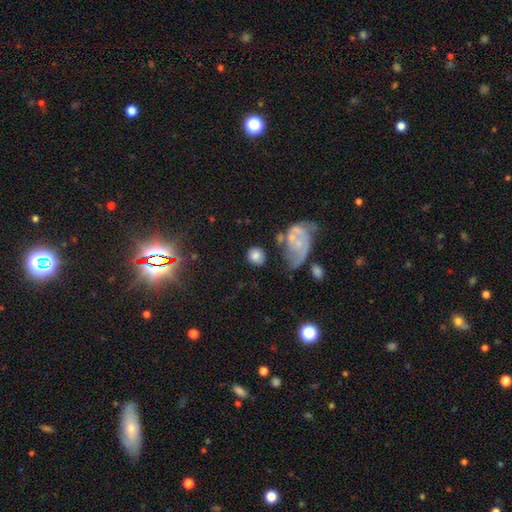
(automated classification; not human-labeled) Smooth or featured? Predicted: smooth (p=0.77). How rounded? Predicted: round (p=0.75). Merging? Predicted: none (p=0.65).